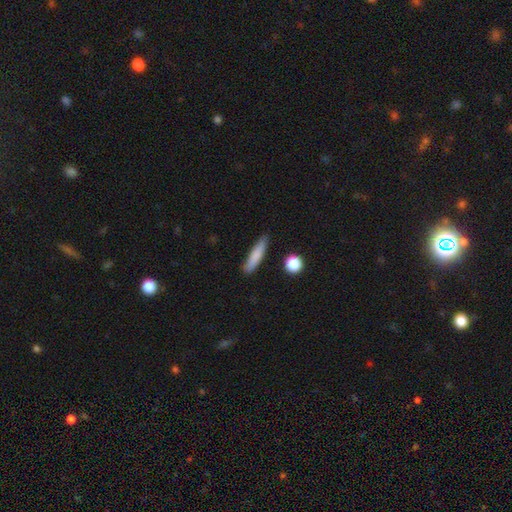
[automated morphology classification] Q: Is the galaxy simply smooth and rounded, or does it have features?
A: smooth — 80%.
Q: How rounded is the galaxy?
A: cigar-shaped — 83%.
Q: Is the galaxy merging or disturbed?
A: none — 83%.